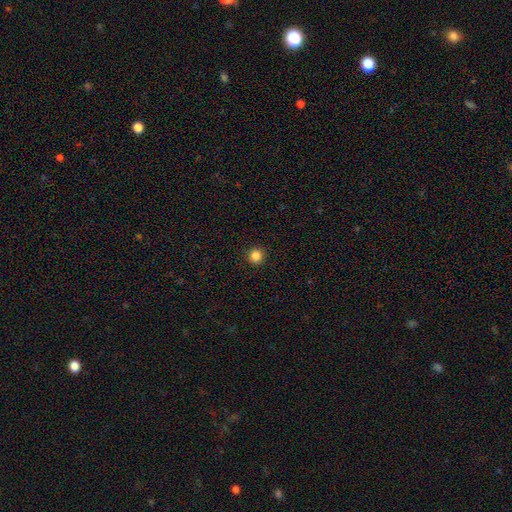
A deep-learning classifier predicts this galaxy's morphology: Q: Smooth or featured?
A: smooth (85%); runner-up: star or artifact (12%)
Q: How rounded?
A: round (94%); runner-up: in between (5%)
Q: Merging?
A: none (93%); runner-up: minor disturbance (4%)